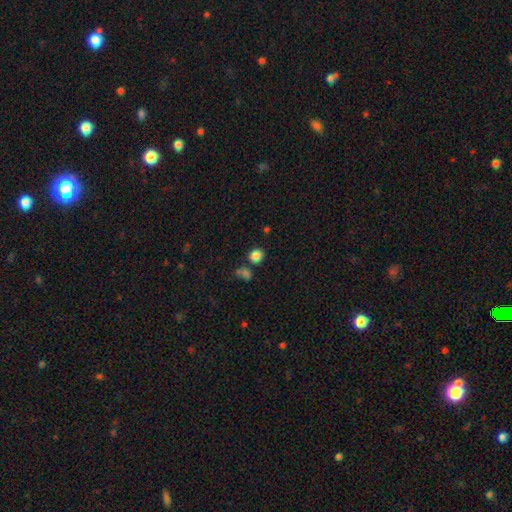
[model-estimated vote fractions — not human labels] A smooth galaxy with no disk features (84%) that is round (81%). Merging: none (76%).